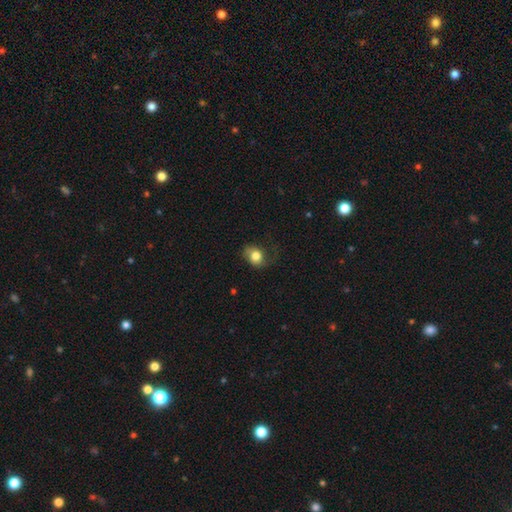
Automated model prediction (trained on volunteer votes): The model was most divided on "how rounded": round: 52%, in between: 47%, cigar-shaped: 1%. More confident: smooth or featured — smooth (73%); merging — none (55%).